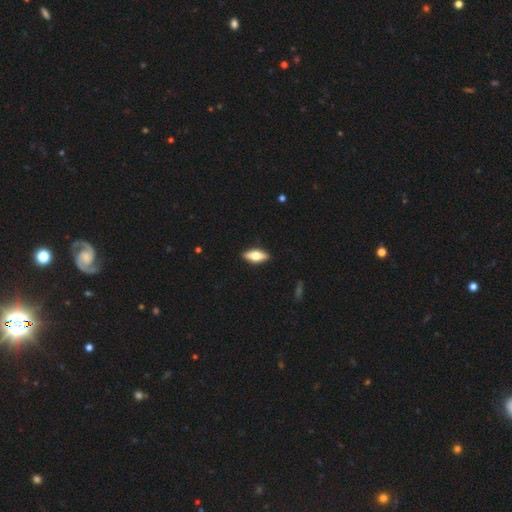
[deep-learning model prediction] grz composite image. It shows a smooth galaxy with no disk features (53%) that is in between round and cigar-shaped (73%). Merging: none (89%).